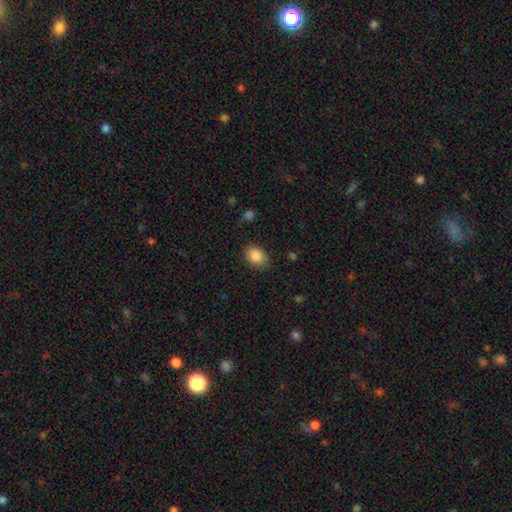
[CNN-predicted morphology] Smooth or featured? smooth (86%)
How rounded? in between (75%)
Merging? none (81%)